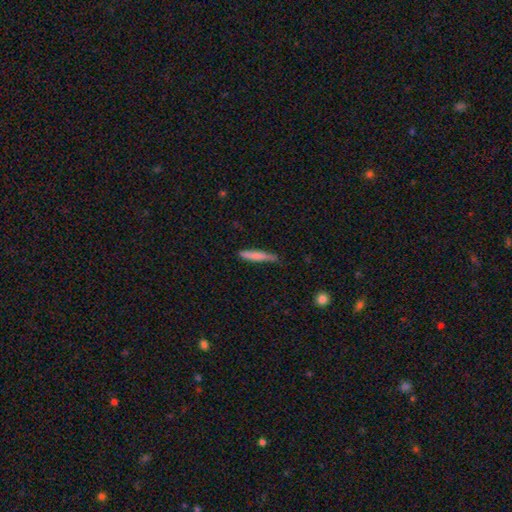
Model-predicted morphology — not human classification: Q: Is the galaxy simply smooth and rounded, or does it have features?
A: smooth — 75%.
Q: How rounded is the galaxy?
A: cigar-shaped — 92%.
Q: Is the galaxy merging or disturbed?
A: none — 68%.